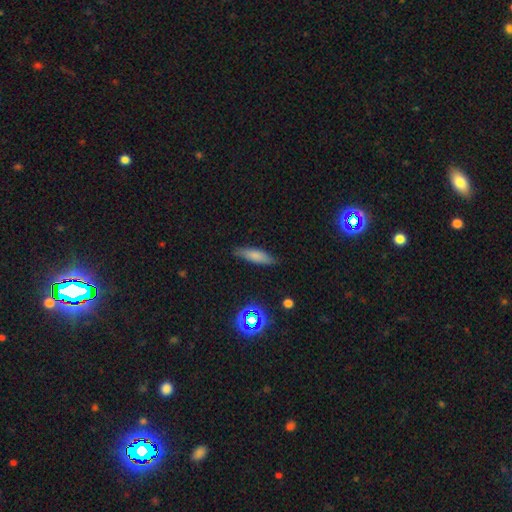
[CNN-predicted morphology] A smooth galaxy with no disk features (73%) that is cigar-shaped (57%).

Vote fractions:
- Smooth or featured? smooth: 73% / featured or disk: 17% / star or artifact: 10%
- How rounded? cigar-shaped: 57% / in between: 41% / round: 2%
- Merging? none: 79% / minor disturbance: 16% / major disturbance: 3% / merger: 2%